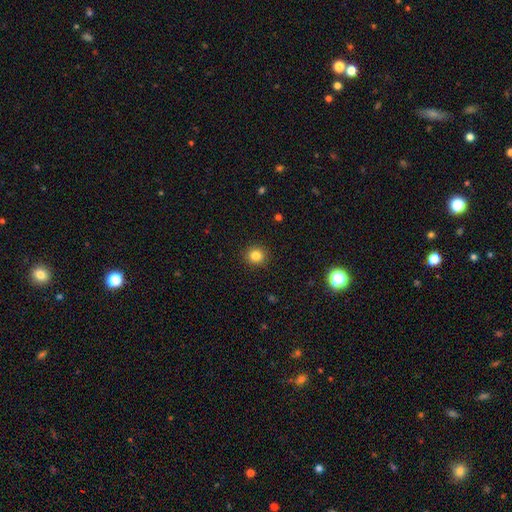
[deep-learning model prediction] A smooth galaxy with no disk features (84%) that is round (89%). Merging: none (91%).